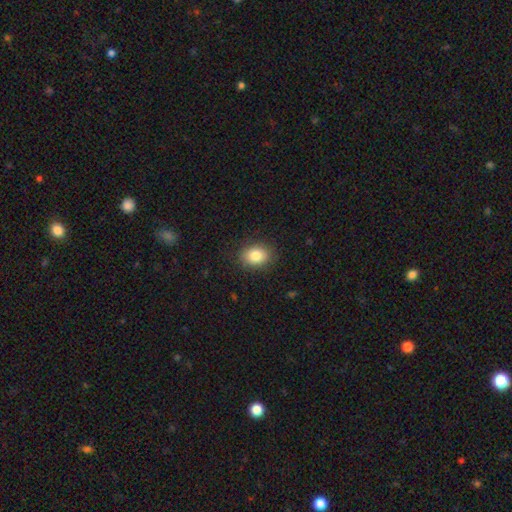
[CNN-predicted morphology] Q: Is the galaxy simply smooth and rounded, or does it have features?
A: smooth — 84%.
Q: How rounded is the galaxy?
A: in between — 59%.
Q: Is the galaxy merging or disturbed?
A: none — 87%.